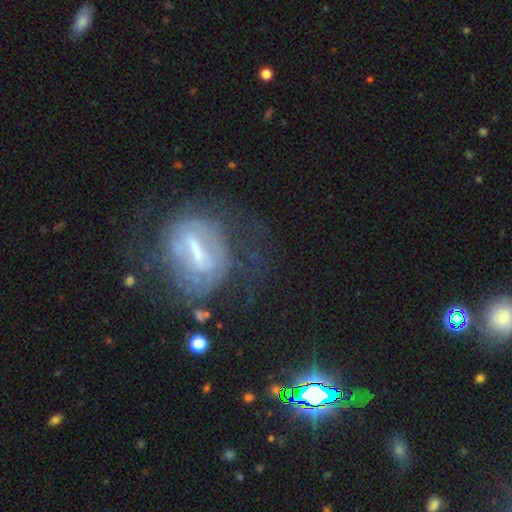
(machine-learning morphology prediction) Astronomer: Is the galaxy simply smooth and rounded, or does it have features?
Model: featured or disk — 64%.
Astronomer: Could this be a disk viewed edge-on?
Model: no — 84%.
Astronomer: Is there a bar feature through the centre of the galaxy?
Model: strong — 60%.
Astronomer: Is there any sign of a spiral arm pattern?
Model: yes — 58% (runner-up: no, 42%).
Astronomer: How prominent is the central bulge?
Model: small — 40% (runner-up: moderate, 31%).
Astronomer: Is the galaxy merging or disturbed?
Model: none — 55%.